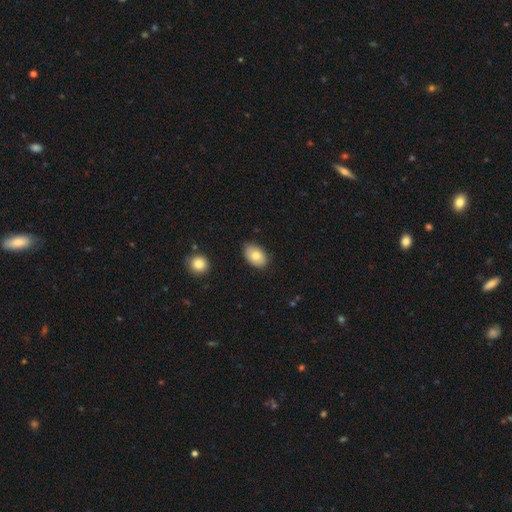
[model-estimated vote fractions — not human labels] smooth 77%, featured or disk 15%, star or artifact 7%. Down the decision tree: how rounded — in between (87%); merging — none (82%).